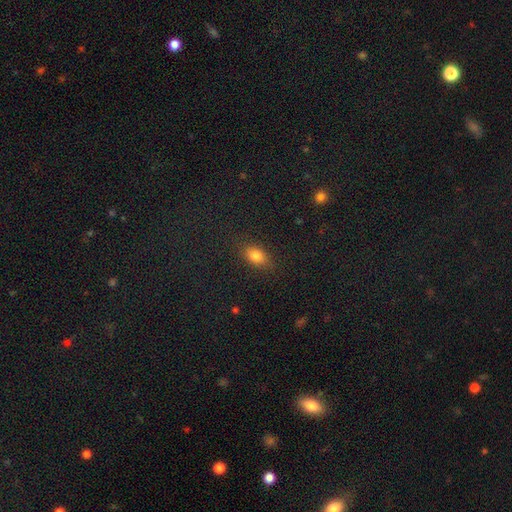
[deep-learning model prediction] smooth_or_featured: smooth (p=0.80) [alt: star or artifact p=0.11]
how_rounded: in between (p=0.80) [alt: round p=0.17]
merging: none (p=0.84) [alt: minor disturbance p=0.12]